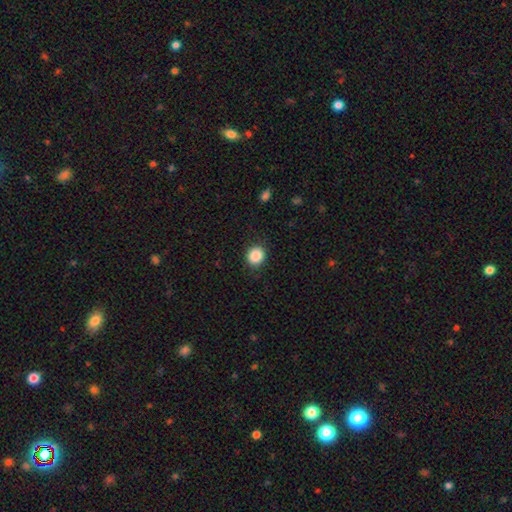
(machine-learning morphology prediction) Smooth or featured? Predicted: smooth (p=0.88). How rounded? Predicted: round (p=0.82). Merging? Predicted: none (p=0.88).